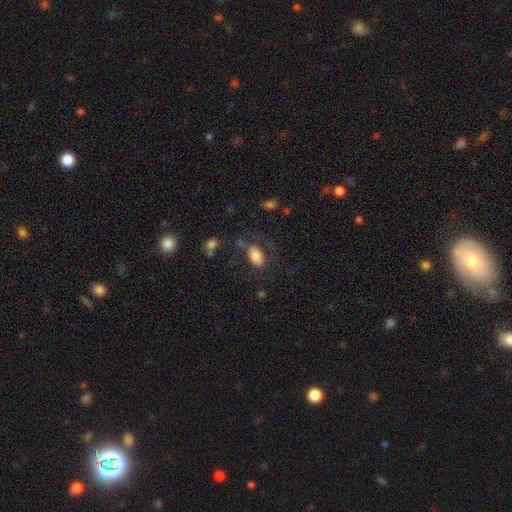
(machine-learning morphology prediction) A smooth galaxy with no disk features (79%) that is in between round and cigar-shaped (93%).

Vote fractions:
- Smooth or featured? smooth: 79% / featured or disk: 13% / star or artifact: 8%
- How rounded? in between: 93% / round: 6% / cigar-shaped: 2%
- Merging? none: 61% / minor disturbance: 17% / major disturbance: 16% / merger: 5%